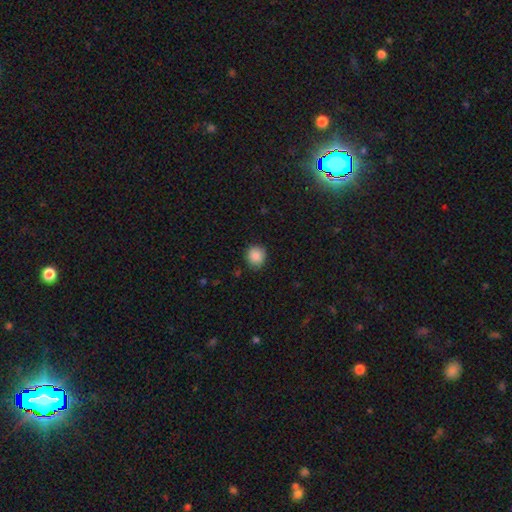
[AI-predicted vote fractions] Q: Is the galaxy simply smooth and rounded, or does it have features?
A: smooth — 88%.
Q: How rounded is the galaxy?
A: round — 88%.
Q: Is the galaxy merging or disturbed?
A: none — 85%.